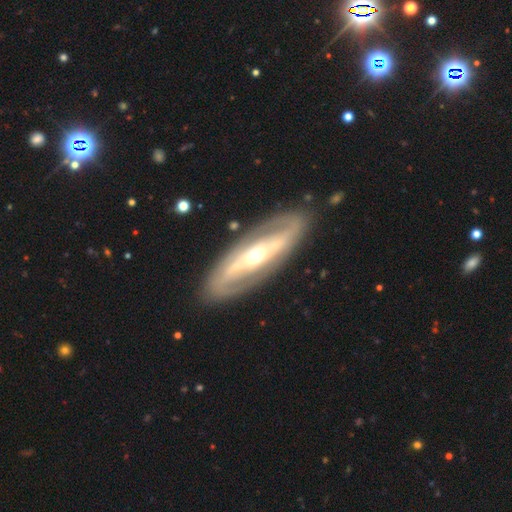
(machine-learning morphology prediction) A featured or disk galaxy (82%) with a strong bar (39%), 2 (84%) medium (39%) spiral arms (75%) and a moderate central bulge (59%).

Vote fractions:
- Smooth or featured? featured or disk: 82% / smooth: 13% / star or artifact: 5%
- Edge-on disk? no: 86% / yes: 14%
- Bar? strong: 39% / no: 36% / weak: 25%
- Spiral arms? yes: 75% / no: 25%
- Spiral winding? medium: 39% / tight: 36% / loose: 25%
- Spiral arm count? 2: 84% / can't tell: 10% / 1: 2% / 3: 2% / 4: 1% / more than 4: 1%
- Bulge size? moderate: 59% / small: 34% / large: 5% / dominant: 1% / none: 1%
- Merging? none: 85% / minor disturbance: 10% / major disturbance: 4% / merger: 1%